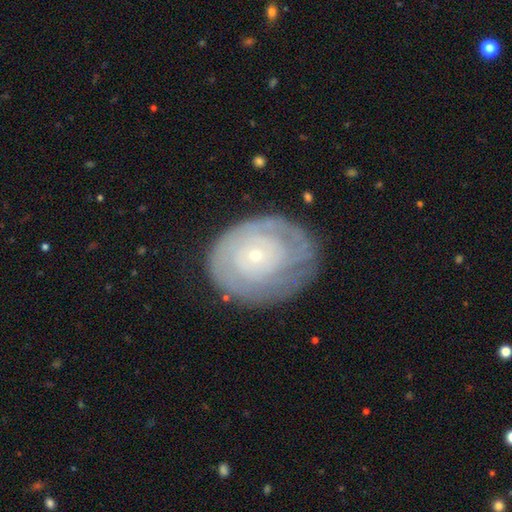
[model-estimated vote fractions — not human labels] smooth-or-featured: featured or disk: 69% | smooth: 24% | star or artifact: 7%
  disk-edge-on: no: 97% | yes: 3%
    bar: no: 86% | weak: 11% | strong: 2%
    has-spiral-arms: yes: 75% | no: 25%
    bulge-size: small: 79% | moderate: 16% | large: 2% | none: 1% | dominant: 1%
  merging: none: 70% | minor disturbance: 20% | major disturbance: 9% | merger: 1%